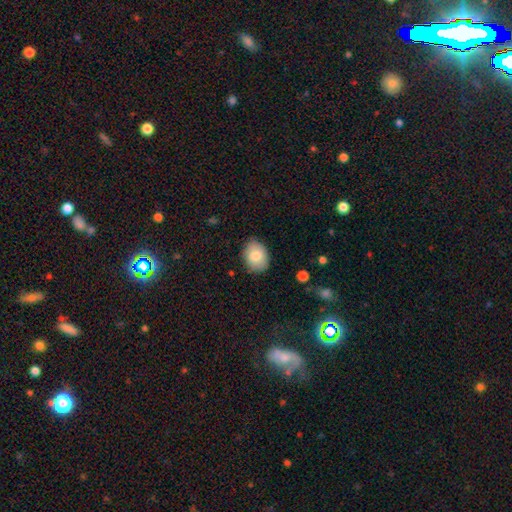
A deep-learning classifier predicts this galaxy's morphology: This appears to be a smooth galaxy with no disk features (82%) that is in between round and cigar-shaped (66%). Merging: none (83%).